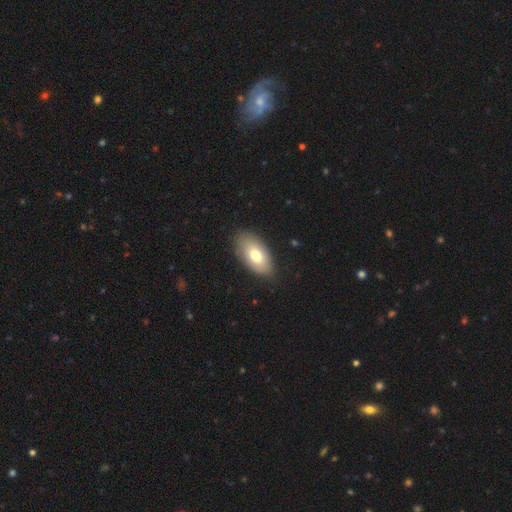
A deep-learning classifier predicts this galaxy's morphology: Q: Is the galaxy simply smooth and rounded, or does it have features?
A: smooth — 73%.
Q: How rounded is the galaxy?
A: in between — 93%.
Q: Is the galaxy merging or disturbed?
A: none — 83%.